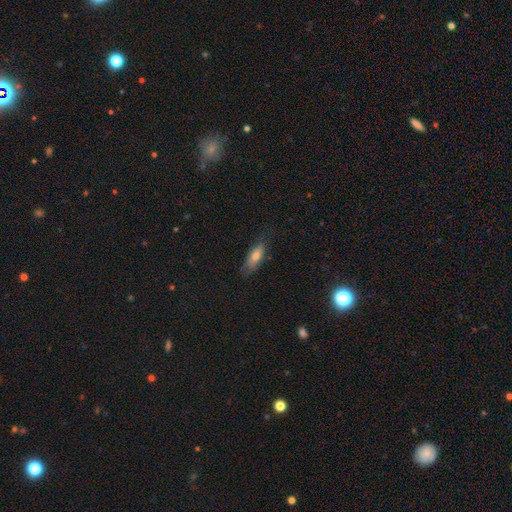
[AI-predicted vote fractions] Smooth or featured? smooth (70%)
How rounded? in between (59%)
Merging? none (72%)